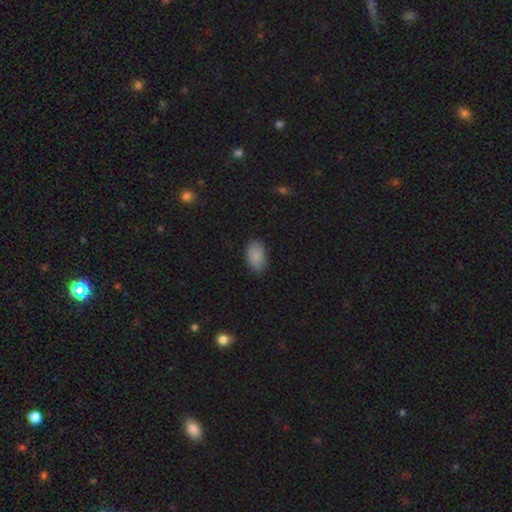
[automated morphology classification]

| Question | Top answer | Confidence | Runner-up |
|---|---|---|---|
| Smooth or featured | smooth | 86% | star or artifact (8%) |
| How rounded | in between | 92% | round (7%) |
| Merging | none | 85% | minor disturbance (11%) |